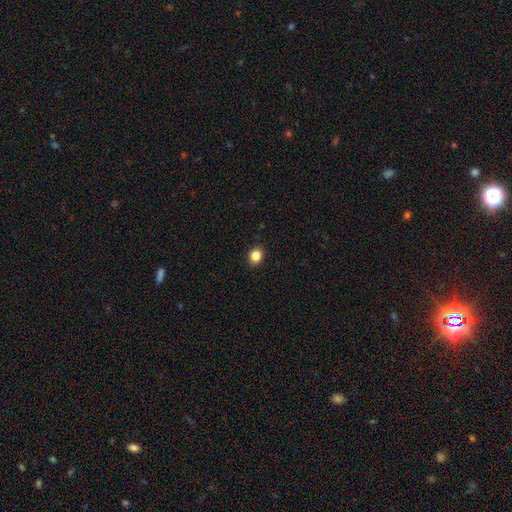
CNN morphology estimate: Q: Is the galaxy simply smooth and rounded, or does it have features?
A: smooth — 85%.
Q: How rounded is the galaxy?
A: round — 60%.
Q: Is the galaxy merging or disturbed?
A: none — 91%.